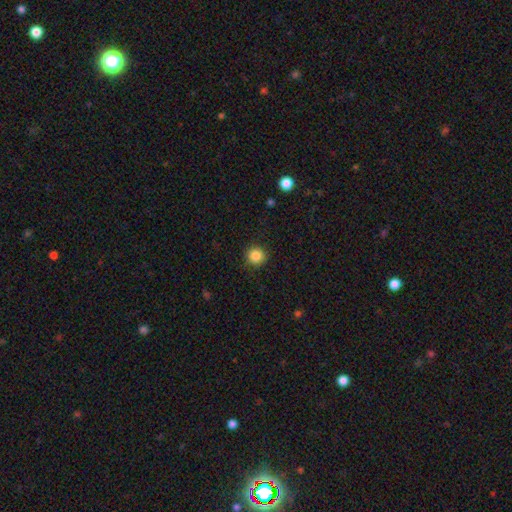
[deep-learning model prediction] smooth-or-featured: smooth: 86% | star or artifact: 11% | featured or disk: 3%
  how-rounded: round: 93% | in between: 6% | cigar-shaped: 1%
  merging: none: 90% | minor disturbance: 7% | major disturbance: 2% | merger: 1%